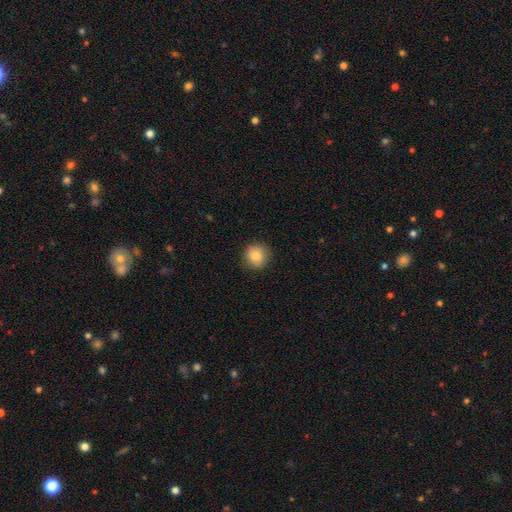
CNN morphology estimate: The model was most divided on "smooth or featured": smooth: 85%, star or artifact: 9%, featured or disk: 7%. More confident: how rounded — round (92%); merging — none (87%).